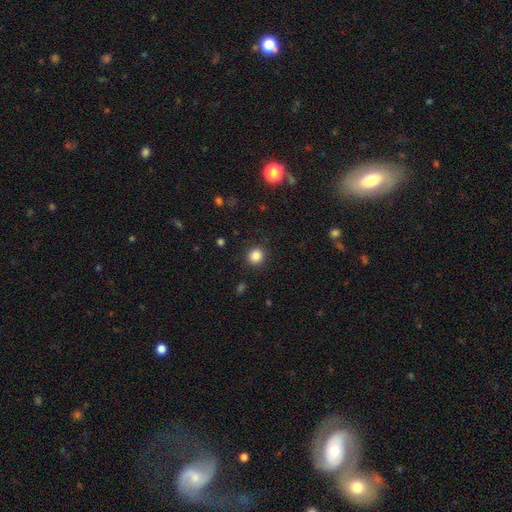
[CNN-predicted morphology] smooth 86%, star or artifact 11%, featured or disk 4%. Down the decision tree: how rounded — round (85%); merging — none (89%).